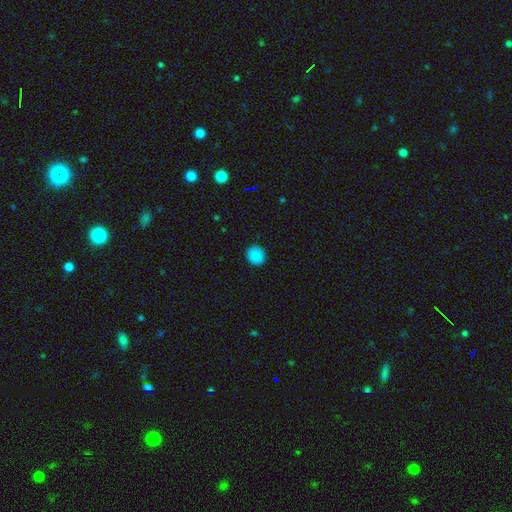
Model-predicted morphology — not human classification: Overall: smooth (88%). How rounded: round (88%). Merging: none (91%).